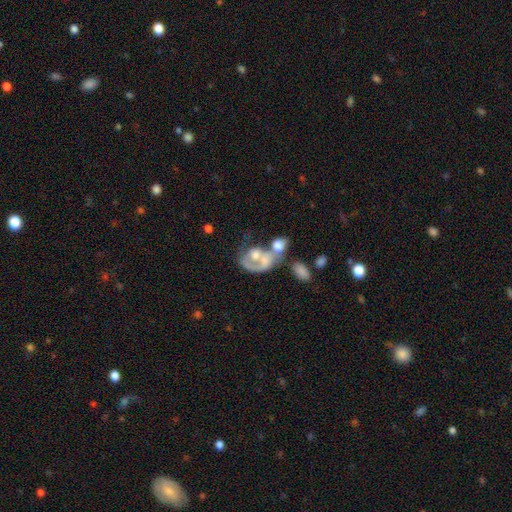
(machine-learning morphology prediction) A featured or disk galaxy (57%) with no bar (84%), no spiral arms (57%) and a moderate central bulge (44%).

Vote fractions:
- Smooth or featured? featured or disk: 57% / smooth: 34% / star or artifact: 9%
- Edge-on disk? no: 97% / yes: 3%
- Bar? no: 84% / weak: 13% / strong: 3%
- Spiral arms? no: 57% / yes: 43%
- Bulge size? moderate: 44% / none: 19% / small: 18% / large: 15% / dominant: 3%
- Merging? merger: 52% / major disturbance: 21% / none: 17% / minor disturbance: 10%